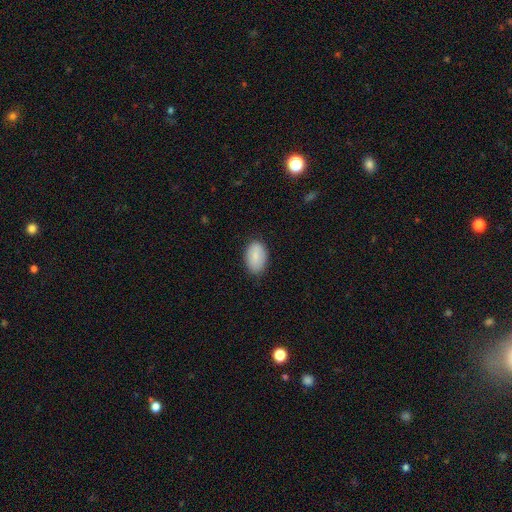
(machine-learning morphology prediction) smooth_or_featured: smooth (p=0.84) [alt: featured or disk p=0.10]
how_rounded: in between (p=0.91) [alt: round p=0.08]
merging: none (p=0.80) [alt: minor disturbance p=0.16]